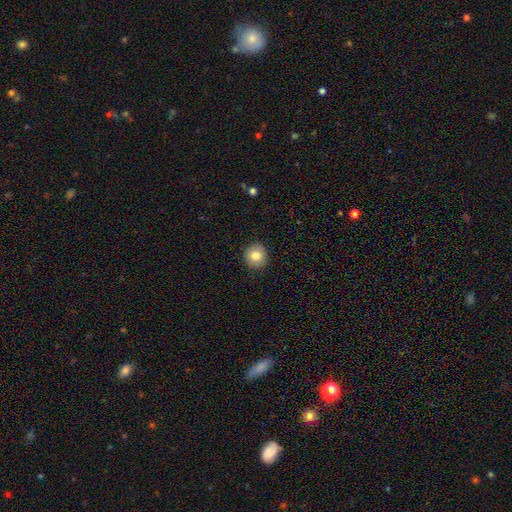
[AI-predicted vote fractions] smooth 80%, featured or disk 11%, star or artifact 9%. Down the decision tree: how rounded — round (88%); merging — none (90%).